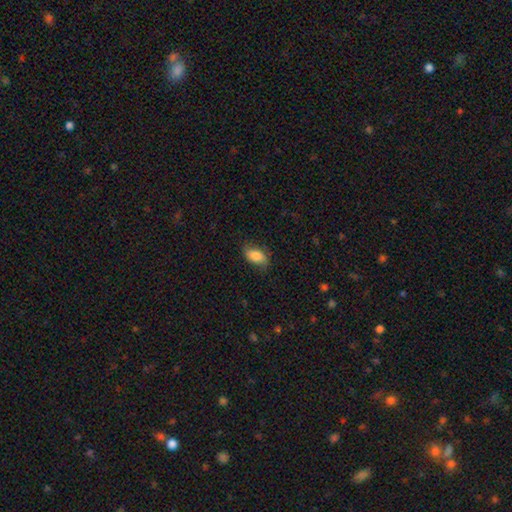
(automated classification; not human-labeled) Morphology: type=smooth (82%); roundness=in between (91%); merging=none (71%).